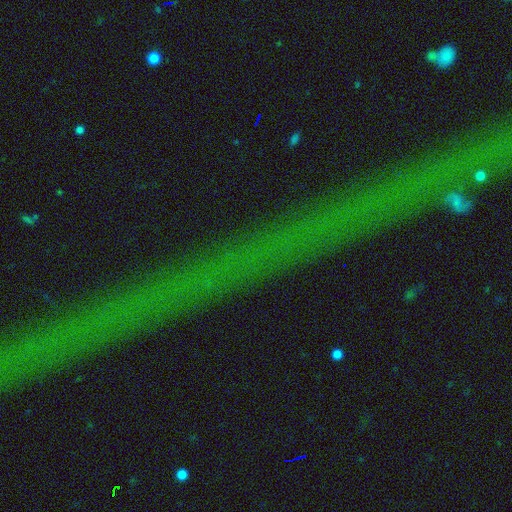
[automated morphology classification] type=star or artifact (74%).